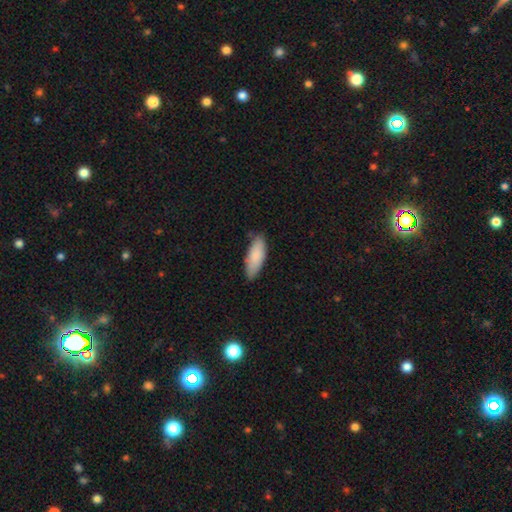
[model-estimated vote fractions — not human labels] smooth_or_featured: smooth (p=0.85) [alt: featured or disk p=0.09]
how_rounded: in between (p=0.70) [alt: cigar-shaped p=0.28]
merging: none (p=0.74) [alt: minor disturbance p=0.21]